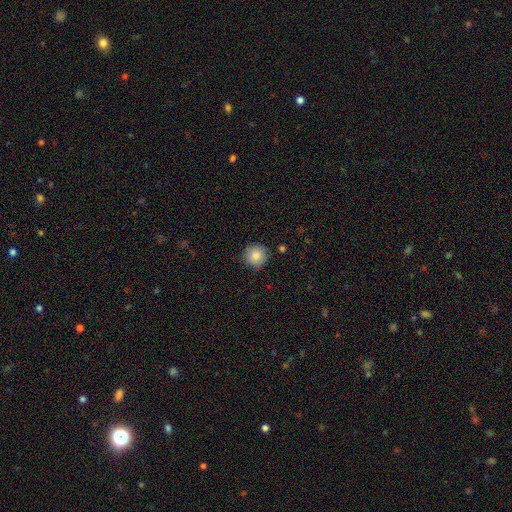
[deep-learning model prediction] This is clearly a smooth galaxy (86%). How rounded: clearly round (92%). Merging: clearly none (87%).